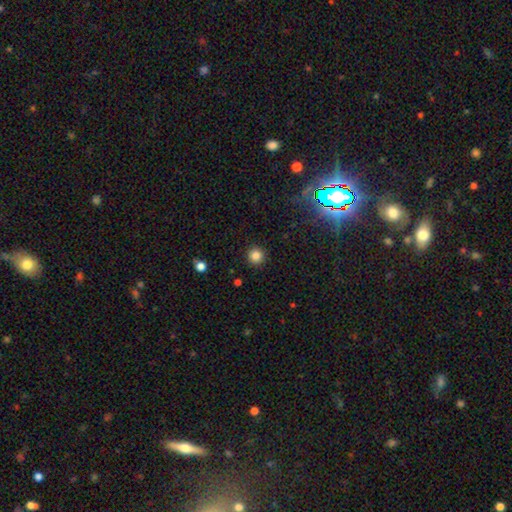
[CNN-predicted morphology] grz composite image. It shows a smooth galaxy with no disk features (84%) that is round (94%). Merging: none (92%).